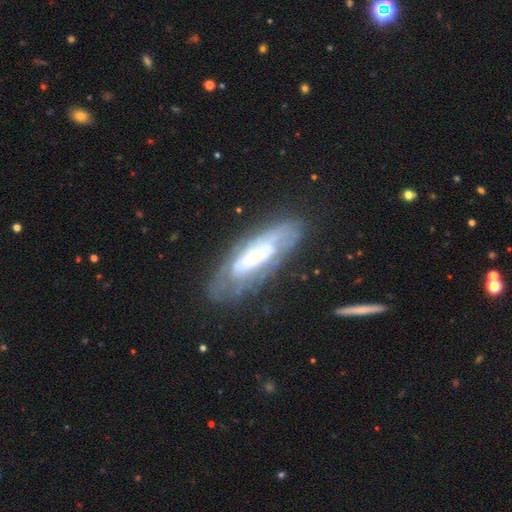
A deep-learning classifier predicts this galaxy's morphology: Smooth or featured: featured or disk — 63% (smooth — 29%)
Edge-on disk: no — 77% (yes — 23%)
Merging: none — 64% (minor disturbance — 21%)